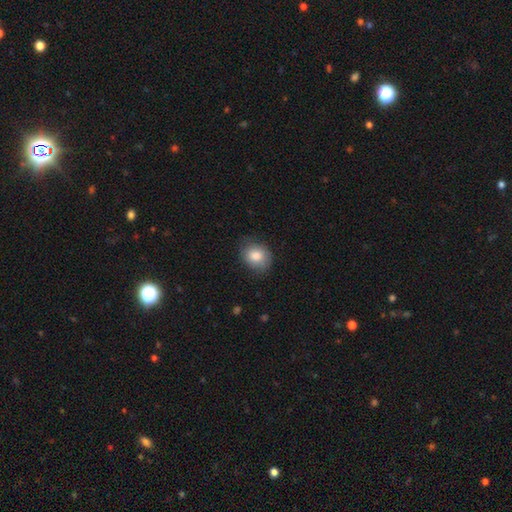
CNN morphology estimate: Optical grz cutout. It shows a smooth galaxy with no disk features (84%) that is round (54%). Merging: none (77%).